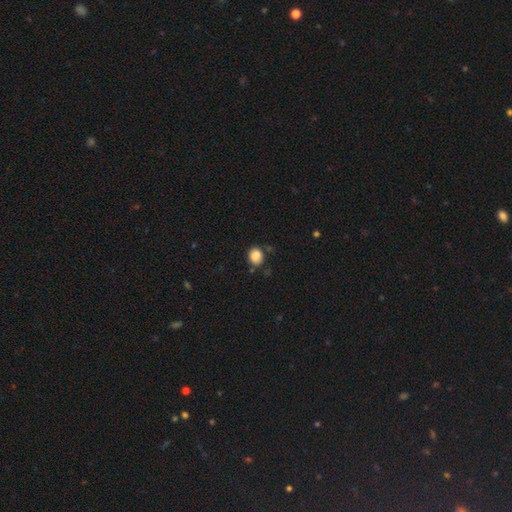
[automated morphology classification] A smooth galaxy with no disk features (86%) that is round (65%). Merging: none (75%).